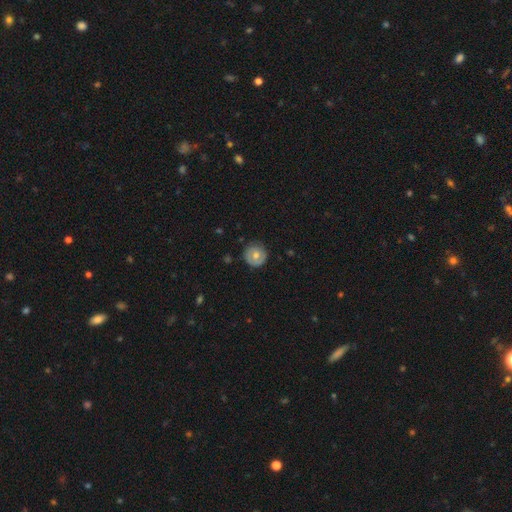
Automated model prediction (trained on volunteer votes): A smooth galaxy with no disk features (56%) that is round (94%).

Vote fractions:
- Smooth or featured? smooth: 56% / featured or disk: 37% / star or artifact: 7%
- How rounded? round: 94% / in between: 5% / cigar-shaped: 1%
- Merging? none: 82% / minor disturbance: 14% / major disturbance: 3% / merger: 1%